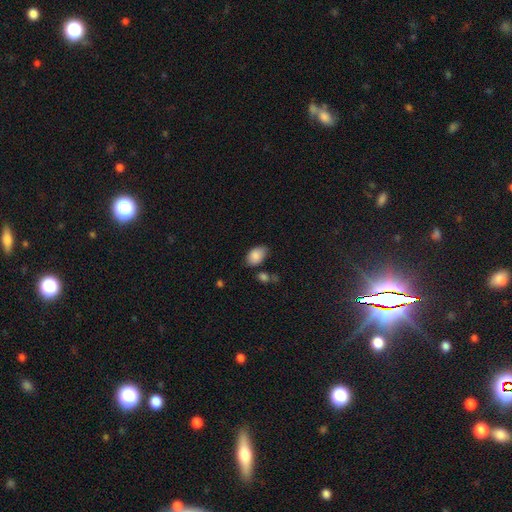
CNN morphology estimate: Q: Smooth or featured?
A: smooth (87%); runner-up: star or artifact (7%)
Q: How rounded?
A: in between (90%); runner-up: round (9%)
Q: Merging?
A: none (70%); runner-up: minor disturbance (19%)